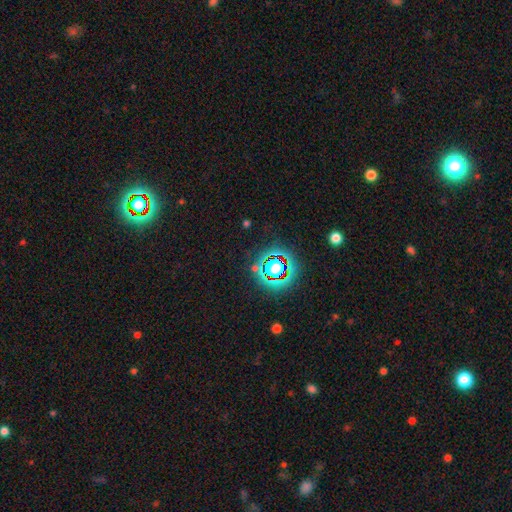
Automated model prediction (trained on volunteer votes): A star or artifact, not a galaxy (80%).

Vote fractions:
- Smooth or featured? star or artifact: 80% / smooth: 11% / featured or disk: 9%